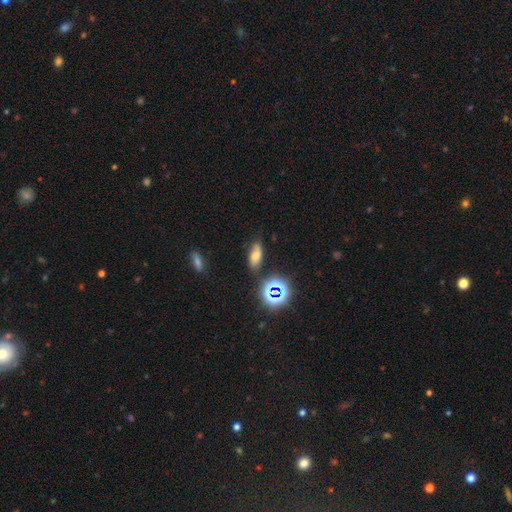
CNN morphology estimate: smooth 61%, star or artifact 21%, featured or disk 18%. Down the decision tree: how rounded — in between (76%); merging — none (70%).